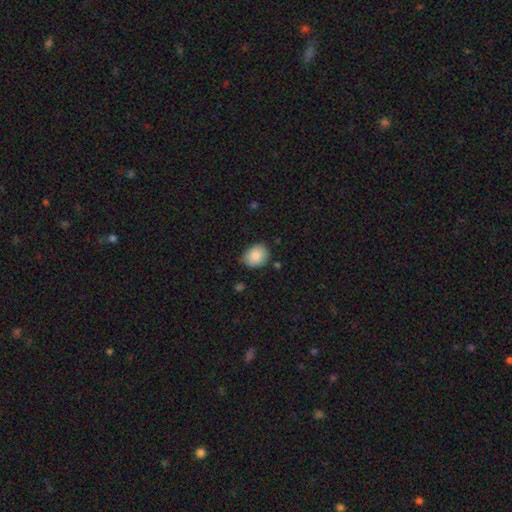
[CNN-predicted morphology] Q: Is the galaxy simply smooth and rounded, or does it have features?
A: smooth — 86%.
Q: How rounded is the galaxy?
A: round — 54%.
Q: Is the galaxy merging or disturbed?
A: none — 75%.